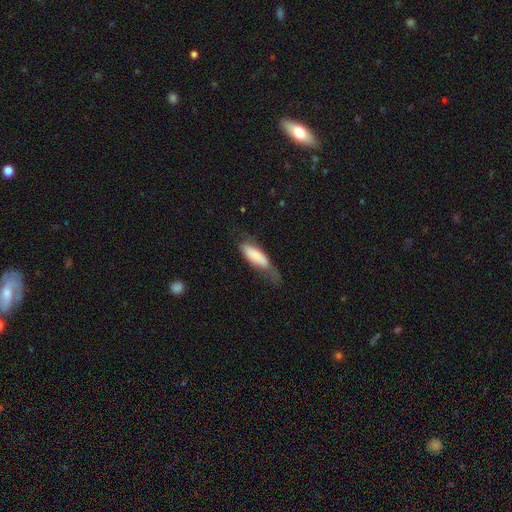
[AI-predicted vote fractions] Smooth or featured?
  - smooth: 74% *
  - featured or disk: 20%
  - star or artifact: 6%
How rounded?
  - in between: 58% *
  - cigar-shaped: 40%
  - round: 2%
Merging?
  - none: 36% *
  - minor disturbance: 33%
  - major disturbance: 29%
  - merger: 3%